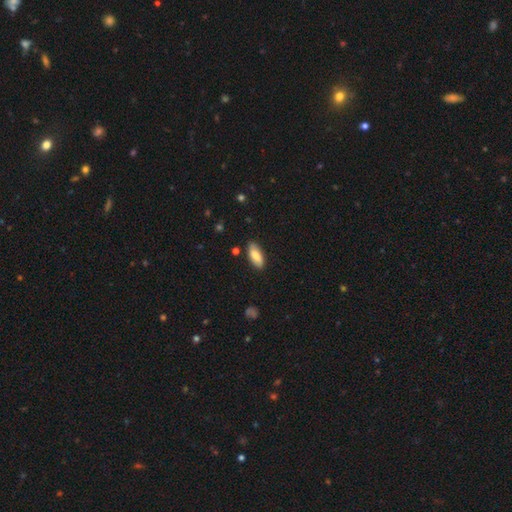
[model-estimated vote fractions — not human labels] smooth 82%, featured or disk 12%, star or artifact 6%. Down the decision tree: how rounded — in between (82%); merging — none (81%).